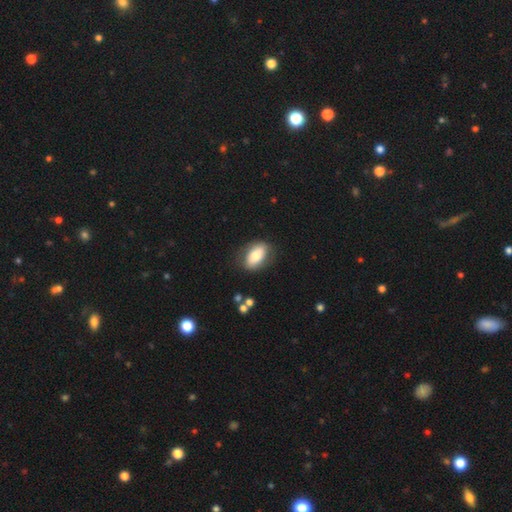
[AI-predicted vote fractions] Smooth or featured: smooth — 71% (featured or disk — 22%)
How rounded: in between — 88% (round — 9%)
Merging: none — 79% (minor disturbance — 14%)